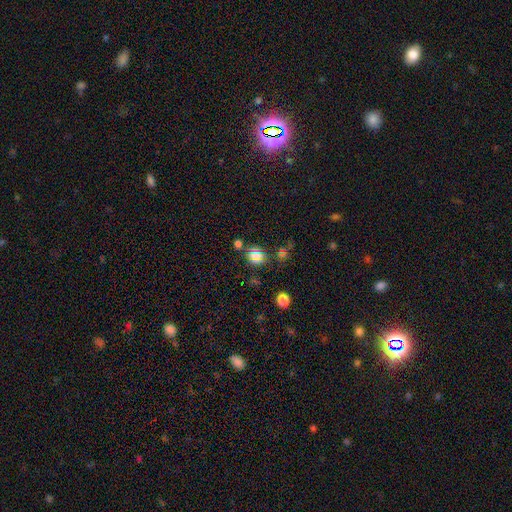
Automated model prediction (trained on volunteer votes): Smooth or featured: smooth — 69% (star or artifact — 18%)
How rounded: round — 54% (in between — 44%)
Merging: none — 68% (minor disturbance — 15%)